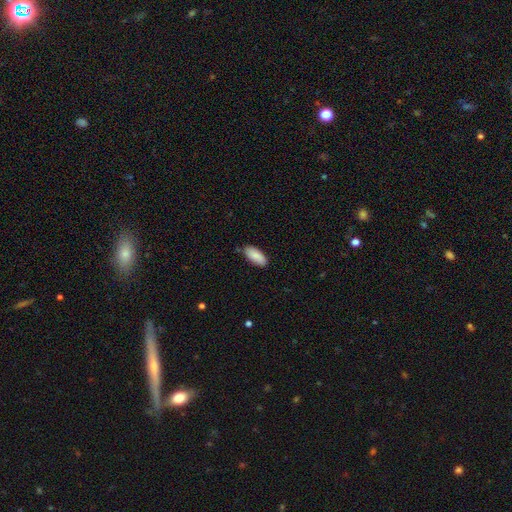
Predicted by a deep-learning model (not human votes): Smooth or featured: smooth — 88% (star or artifact — 6%)
How rounded: in between — 88% (cigar-shaped — 10%)
Merging: none — 81% (minor disturbance — 15%)